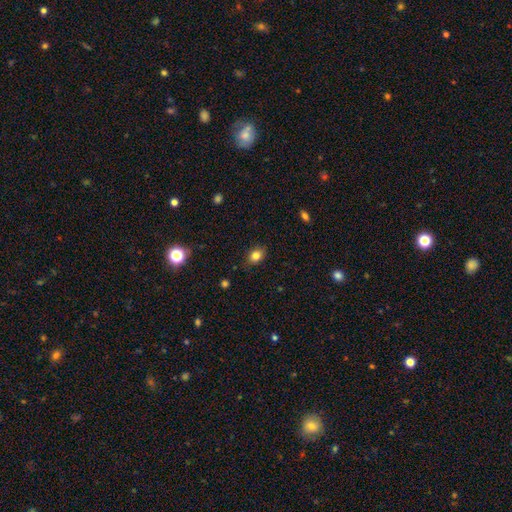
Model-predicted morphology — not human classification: A smooth galaxy with no disk features (82%) that is in between round and cigar-shaped (66%). Merging: none (84%).